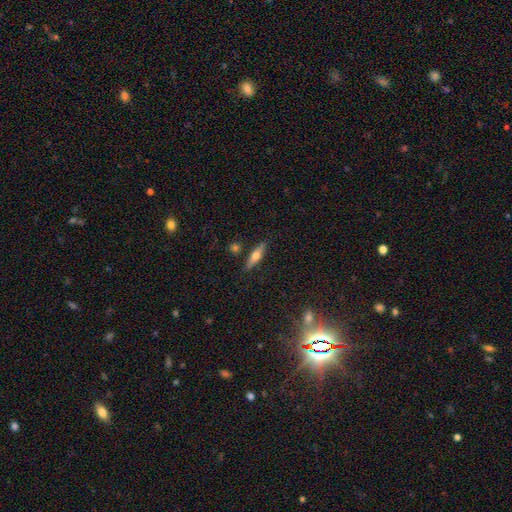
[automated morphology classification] A smooth galaxy with no disk features (51%) that is cigar-shaped (69%). Merging: none (84%).